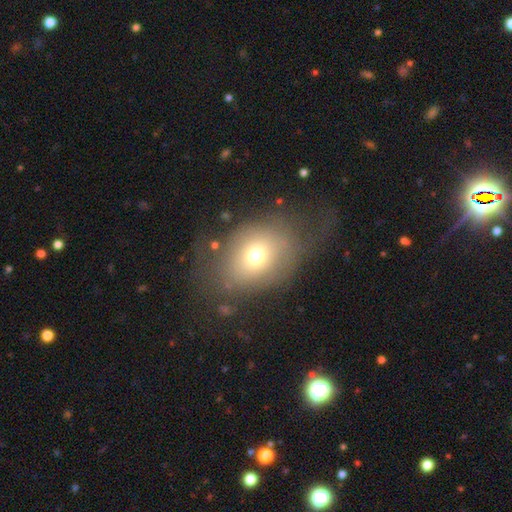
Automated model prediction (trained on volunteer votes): A smooth galaxy with no disk features (64%) that is in between round and cigar-shaped (55%).

Vote fractions:
- Smooth or featured? smooth: 64% / featured or disk: 23% / star or artifact: 14%
- How rounded? in between: 55% / round: 43% / cigar-shaped: 1%
- Merging? none: 48% / major disturbance: 28% / minor disturbance: 22% / merger: 2%